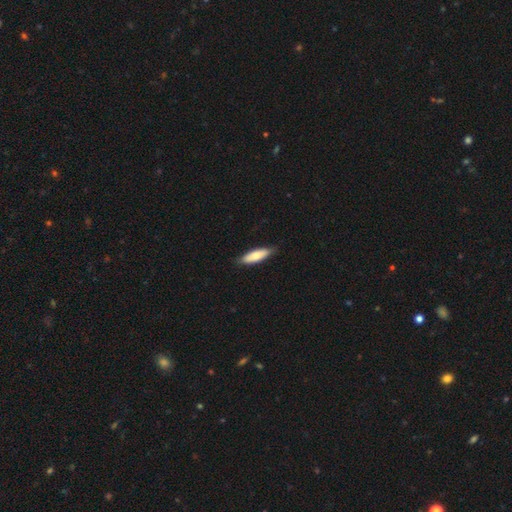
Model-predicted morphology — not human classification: Smooth or featured? Predicted: smooth (p=0.76). How rounded? Predicted: cigar-shaped (p=0.53). Merging? Predicted: none (p=0.82).